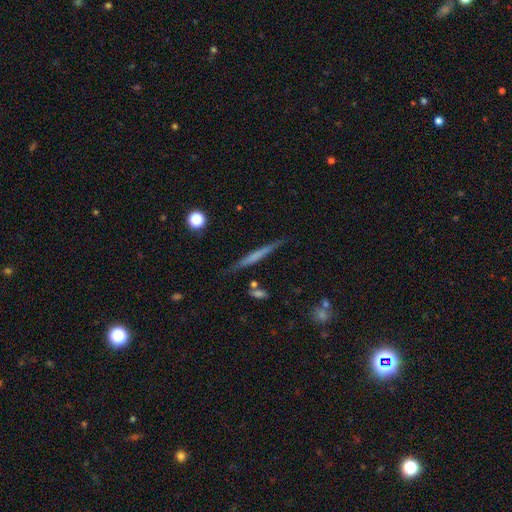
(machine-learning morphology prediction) Overall: featured or disk (49%; smooth 43%). Merging: none (83%).